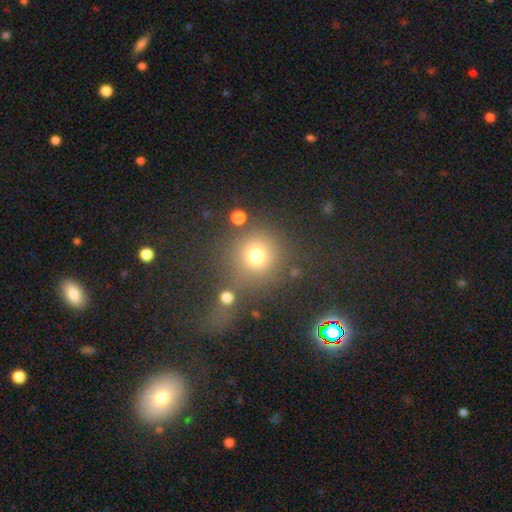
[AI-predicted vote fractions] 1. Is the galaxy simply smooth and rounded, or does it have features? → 74% smooth, 18% star or artifact, 9% featured or disk.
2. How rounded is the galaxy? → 93% round, 6% in between, 1% cigar-shaped.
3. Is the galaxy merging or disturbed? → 74% none, 10% merger, 9% minor disturbance, 6% major disturbance.